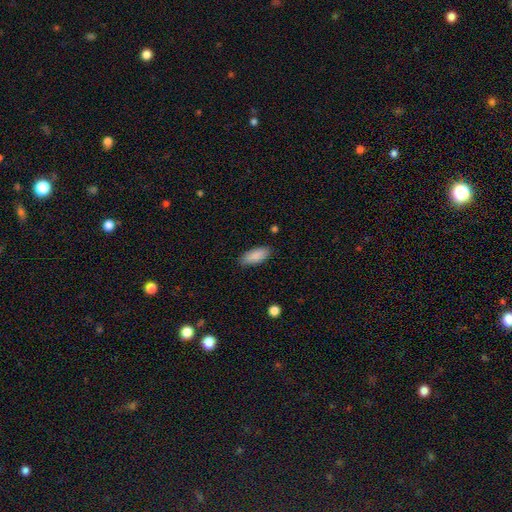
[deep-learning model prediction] Smooth or featured: smooth — 88% (star or artifact — 6%)
How rounded: in between — 83% (cigar-shaped — 16%)
Merging: none — 85% (minor disturbance — 12%)